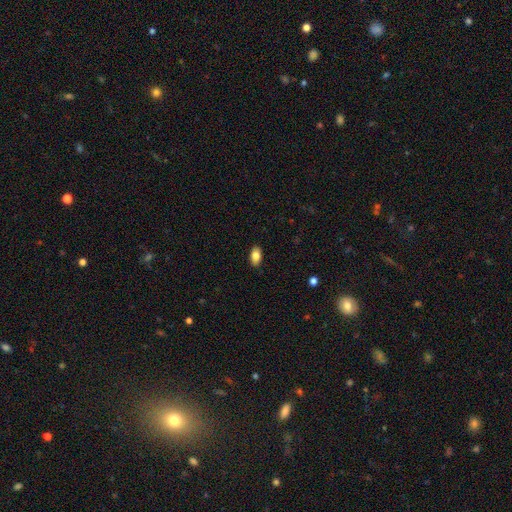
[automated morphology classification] The model was most divided on "smooth or featured": smooth: 84%, featured or disk: 9%, star or artifact: 7%. More confident: how rounded — in between (92%); merging — none (89%).